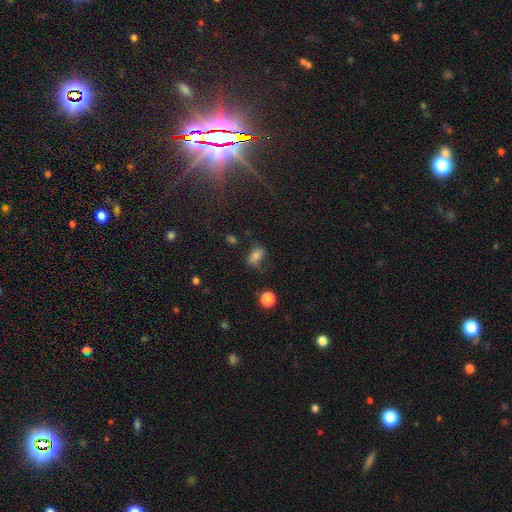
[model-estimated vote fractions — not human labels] Smooth or featured: smooth — 70% (featured or disk — 15%)
How rounded: in between — 85% (round — 12%)
Merging: none — 56% (minor disturbance — 26%)